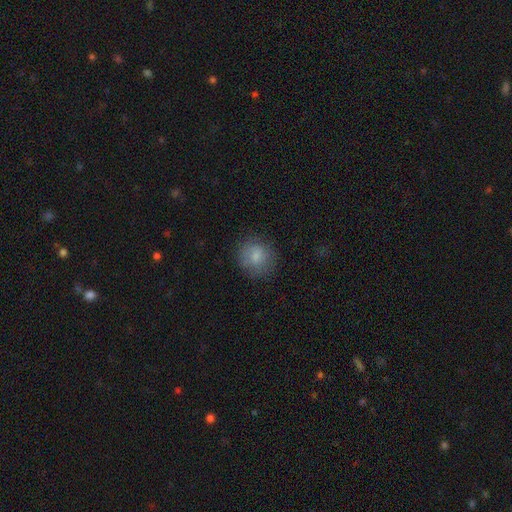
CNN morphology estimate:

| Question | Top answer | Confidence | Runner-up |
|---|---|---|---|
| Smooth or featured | smooth | 81% | featured or disk (10%) |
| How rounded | round | 85% | in between (14%) |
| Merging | none | 77% | minor disturbance (15%) |